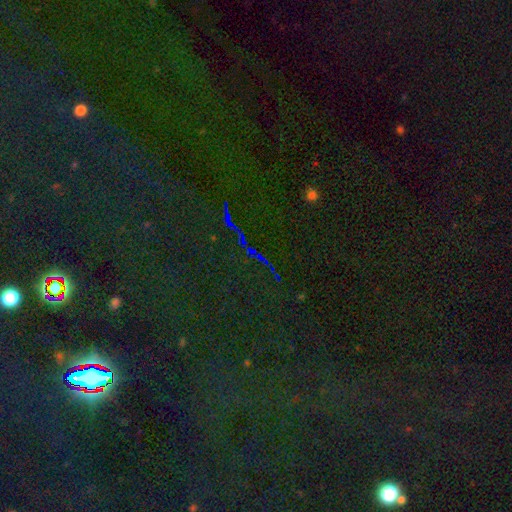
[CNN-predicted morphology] A star or artifact, not a galaxy (82%).